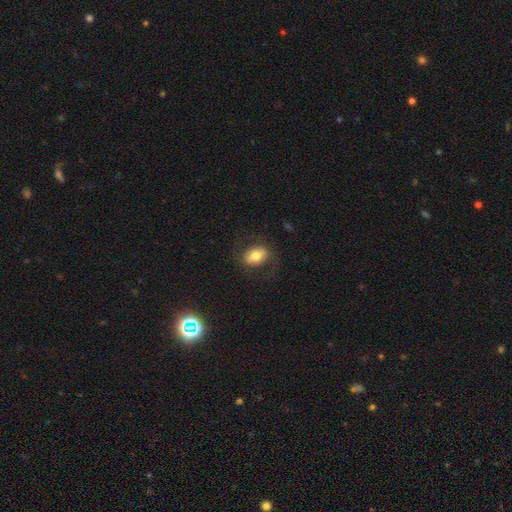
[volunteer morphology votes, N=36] smooth_or_featured: smooth (p=0.72) [alt: featured or disk p=0.22]
how_rounded: in between (p=0.65) [alt: round p=0.35]
merging: none (p=0.82) [alt: minor disturbance p=0.09]